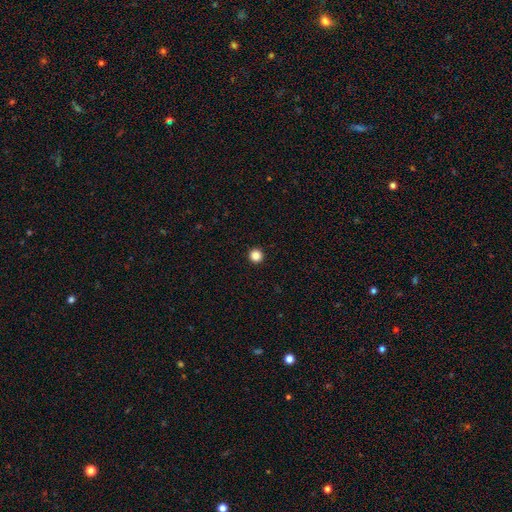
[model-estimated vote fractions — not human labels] Smooth or featured?
  - smooth: 87% *
  - star or artifact: 10%
  - featured or disk: 2%
How rounded?
  - round: 97% *
  - in between: 2%
  - cigar-shaped: 1%
Merging?
  - none: 94% *
  - minor disturbance: 3%
  - major disturbance: 1%
  - merger: 1%